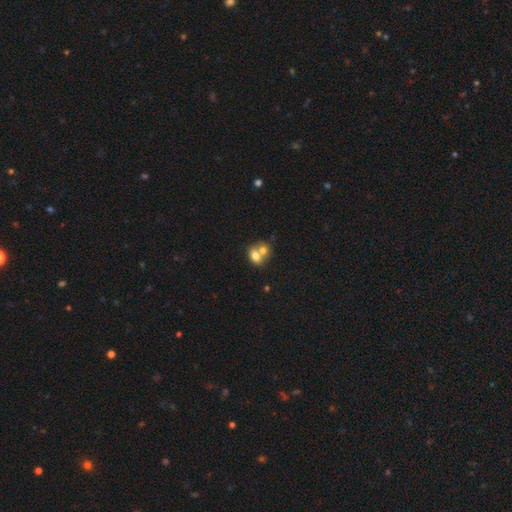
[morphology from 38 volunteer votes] smooth 82%, featured or disk 11%, star or artifact 8%. Down the decision tree: how rounded — in between (77%); merging — merger (51%).